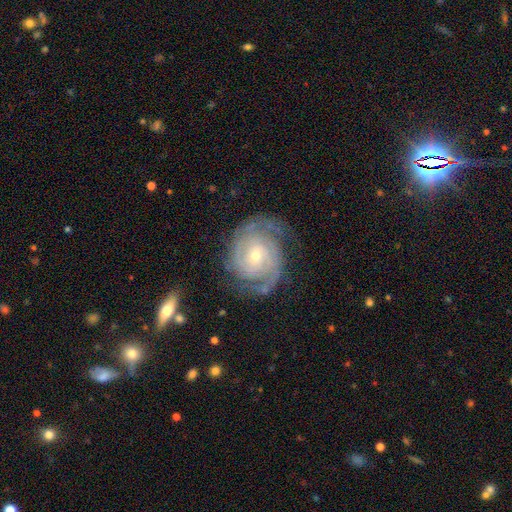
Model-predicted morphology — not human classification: Smooth or featured? featured or disk (89%)
Edge-on disk? no (98%)
Bar? no (64%)
Spiral arms? yes (97%)
Spiral winding? tight (70%)
Spiral arm count? 2 (52%)
Bulge size? small (65%)
Merging? none (72%)